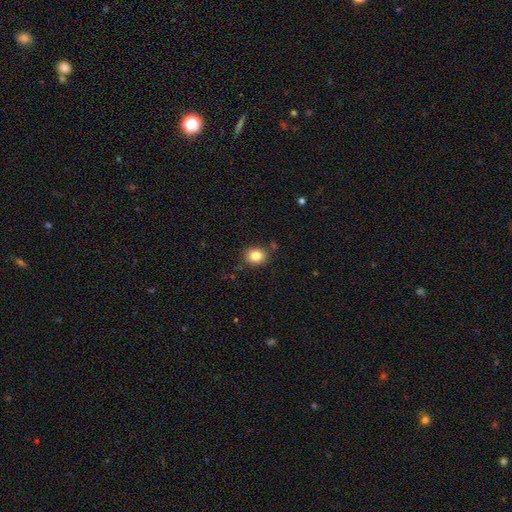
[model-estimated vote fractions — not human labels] A smooth galaxy with no disk features (85%) that is round (61%).

Vote fractions:
- Smooth or featured? smooth: 85% / star or artifact: 10% / featured or disk: 6%
- How rounded? round: 61% / in between: 38% / cigar-shaped: 1%
- Merging? none: 83% / minor disturbance: 11% / merger: 3% / major disturbance: 3%